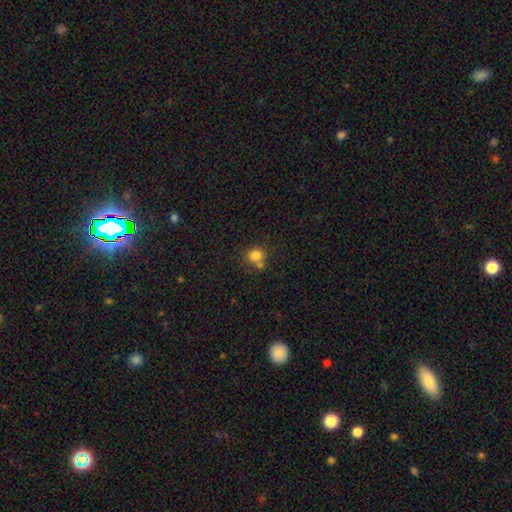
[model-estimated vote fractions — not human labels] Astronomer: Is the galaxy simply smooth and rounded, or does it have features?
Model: smooth — 81%.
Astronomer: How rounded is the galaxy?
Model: round — 83%.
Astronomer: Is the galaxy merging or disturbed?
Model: none — 62%.